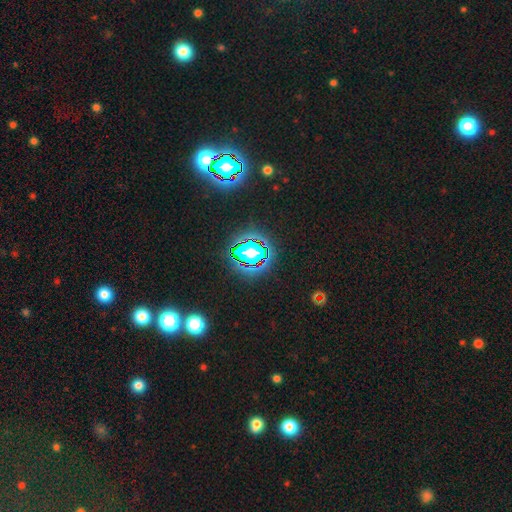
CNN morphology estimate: star or artifact 79%, smooth 13%, featured or disk 8%.